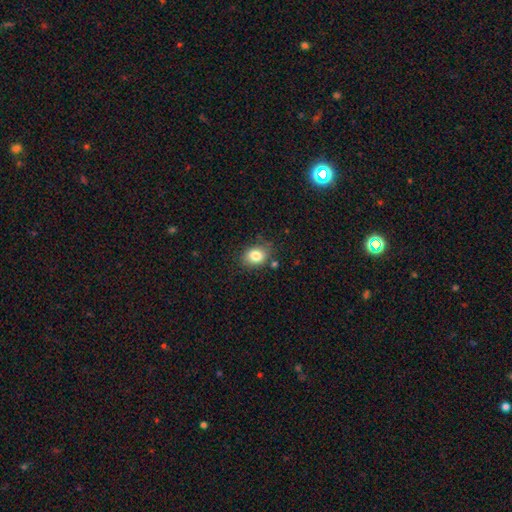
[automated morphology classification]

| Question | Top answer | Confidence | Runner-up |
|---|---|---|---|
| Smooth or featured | smooth | 83% | star or artifact (10%) |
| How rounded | in between | 57% | round (42%) |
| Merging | none | 76% | minor disturbance (16%) |